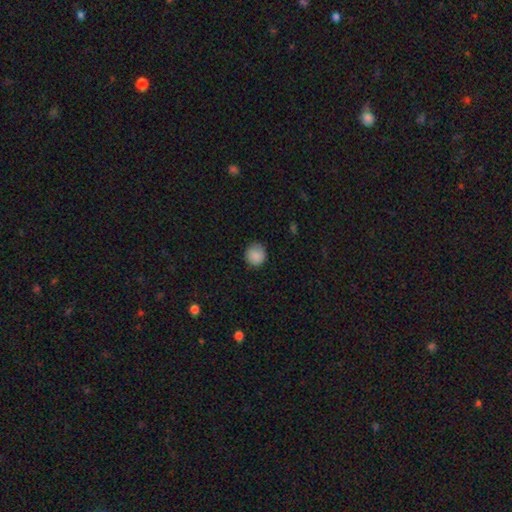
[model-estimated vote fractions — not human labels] Morphology: type=smooth (88%); roundness=round (92%); merging=none (85%).